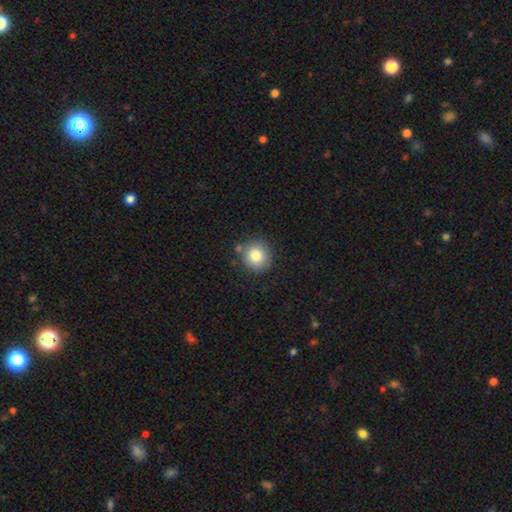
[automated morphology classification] The model was most divided on "merging": none: 80%, minor disturbance: 11%, merger: 6%, major disturbance: 3%. More confident: how rounded — round (90%); smooth or featured — smooth (83%).